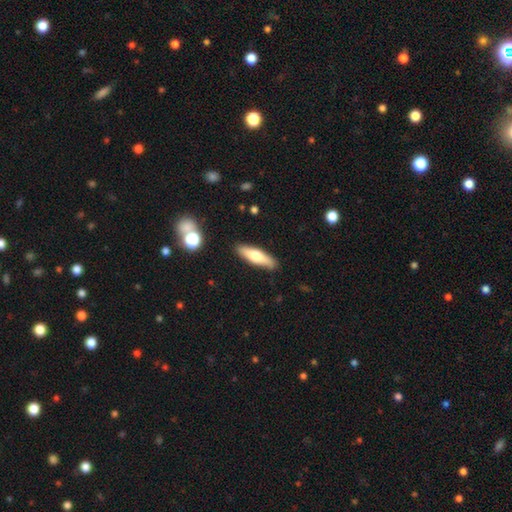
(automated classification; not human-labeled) A smooth galaxy with no disk features (60%) that is cigar-shaped (64%).

Vote fractions:
- Smooth or featured? smooth: 60% / featured or disk: 34% / star or artifact: 6%
- How rounded? cigar-shaped: 64% / in between: 34% / round: 2%
- Merging? none: 88% / minor disturbance: 8% / major disturbance: 2% / merger: 2%